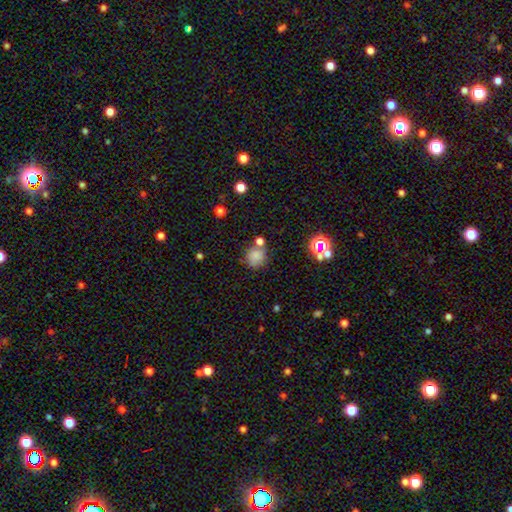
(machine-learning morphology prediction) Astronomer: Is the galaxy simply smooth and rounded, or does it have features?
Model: smooth — 77%.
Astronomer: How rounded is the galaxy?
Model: round — 86%.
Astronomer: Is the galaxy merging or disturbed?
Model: none — 62%.